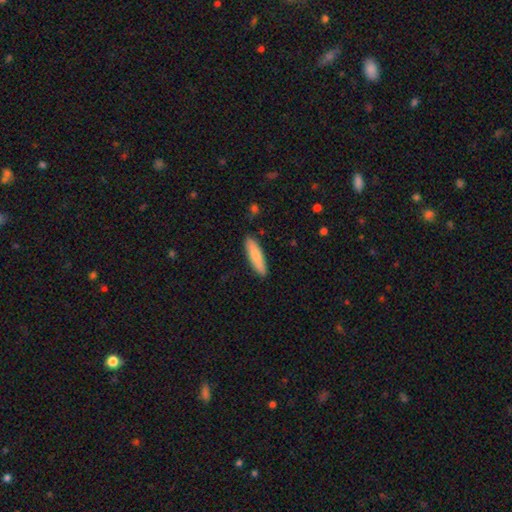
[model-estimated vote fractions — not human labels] Smooth or featured? Predicted: smooth (p=0.78). How rounded? Predicted: cigar-shaped (p=0.73). Merging? Predicted: none (p=0.88).